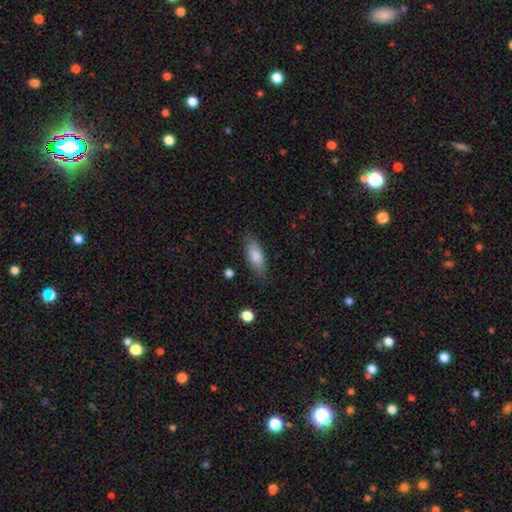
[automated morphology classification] Overall: smooth (83%). How rounded: in between (80%). Merging: none (79%).